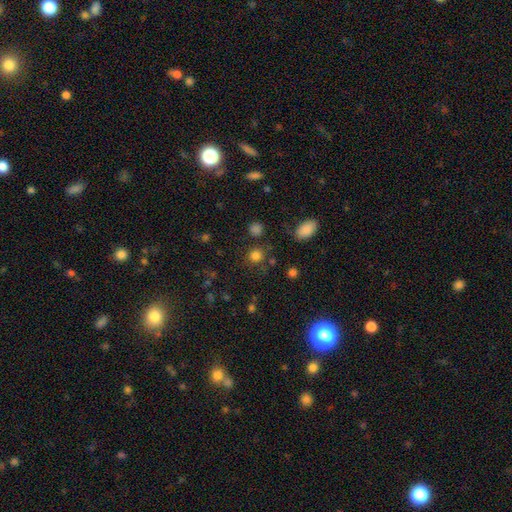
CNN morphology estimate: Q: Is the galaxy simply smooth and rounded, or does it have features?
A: smooth — 80%.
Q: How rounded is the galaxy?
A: round — 86%.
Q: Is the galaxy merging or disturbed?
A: none — 81%.